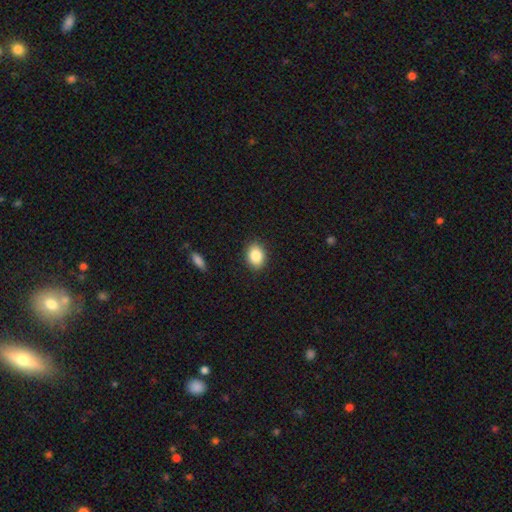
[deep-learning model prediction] The model was most divided on "how rounded": in between: 66%, round: 33%, cigar-shaped: 1%. More confident: merging — none (88%); smooth or featured — smooth (86%).